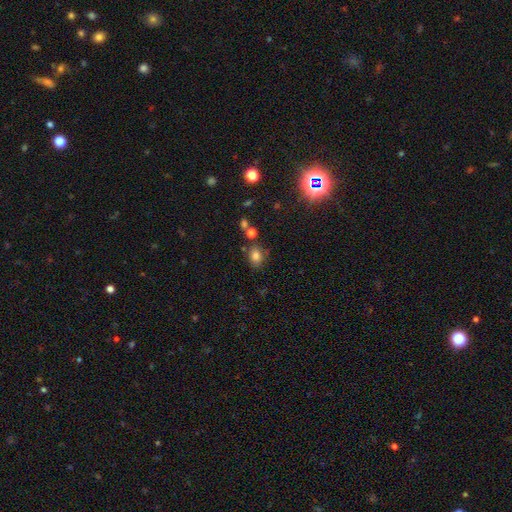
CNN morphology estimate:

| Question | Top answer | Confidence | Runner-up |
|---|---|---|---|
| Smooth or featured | smooth | 77% | star or artifact (15%) |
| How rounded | in between | 63% | round (35%) |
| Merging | none | 72% | minor disturbance (14%) |